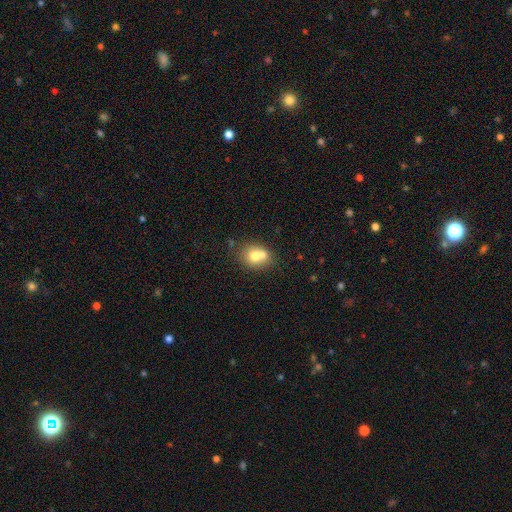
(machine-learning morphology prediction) Smooth or featured: smooth — 68% (featured or disk — 21%)
How rounded: round — 60% (in between — 39%)
Merging: merger — 51% (none — 36%)